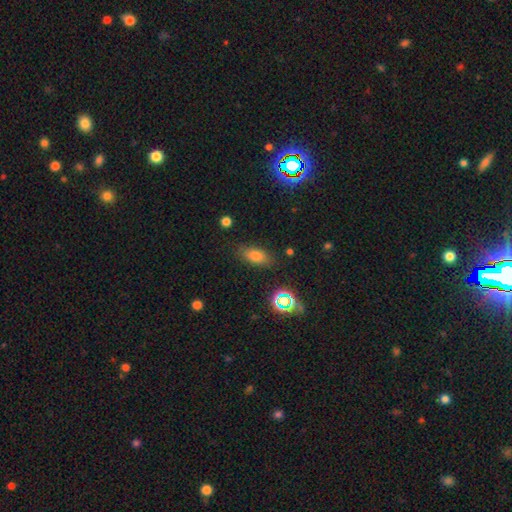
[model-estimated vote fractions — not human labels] A smooth galaxy with no disk features (74%) that is in between round and cigar-shaped (83%). Merging: none (81%).